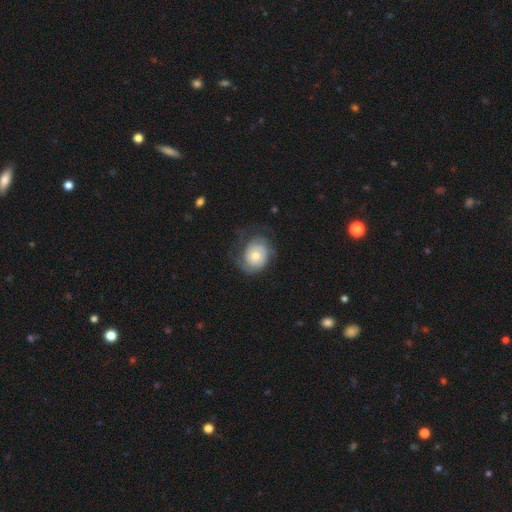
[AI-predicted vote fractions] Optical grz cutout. It shows a featured or disk galaxy (54%) with no bar (81%), spiral arms (79%) and a moderate central bulge (57%). Merging: none (53%).